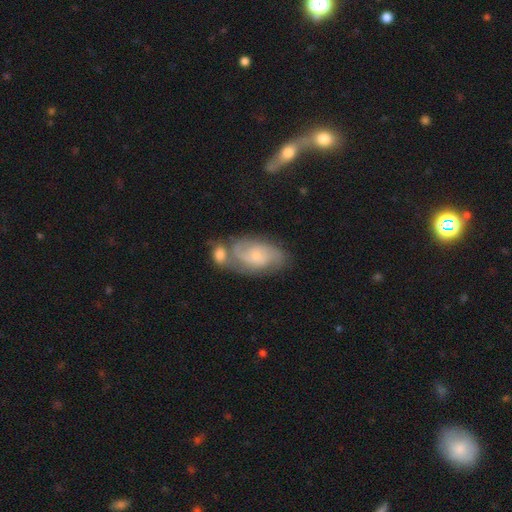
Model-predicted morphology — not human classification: The model was most divided on "spiral winding": medium: 43%, tight: 40%, loose: 16%. Remaining: edge-on disk — no (96%); spiral arms — yes (91%); smooth or featured — featured or disk (72%); bulge size — small (72%); bar — no (67%); spiral arm count — 2 (58%); merging — none (45%).